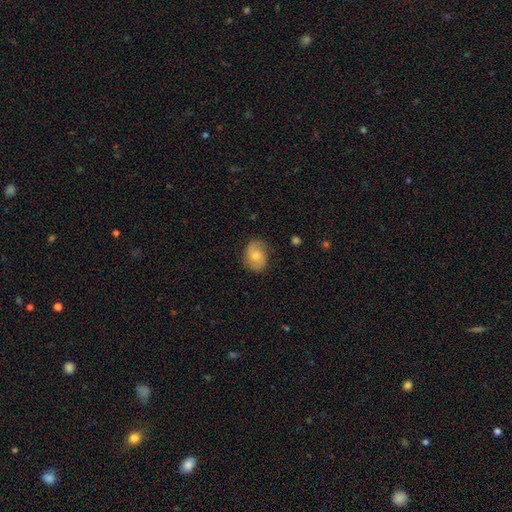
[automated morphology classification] Overall: featured or disk (52%; smooth 41%). Edge-on disk: no (97%). Bar: no (66%; weak 30%). Spiral arms: yes (89%). Bulge size: moderate (53%; small 38%). Merging: none (74%).